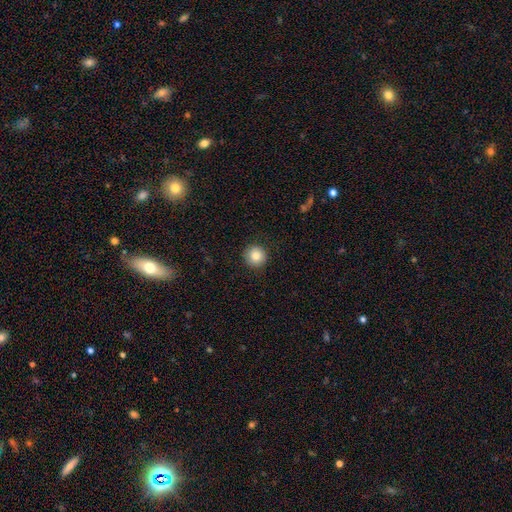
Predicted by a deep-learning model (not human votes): Overall: smooth (84%). How rounded: round (94%). Merging: none (90%).